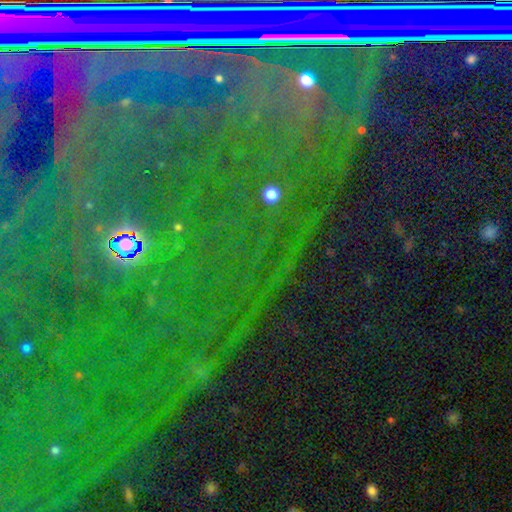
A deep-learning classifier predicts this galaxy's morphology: type=star or artifact (85%).